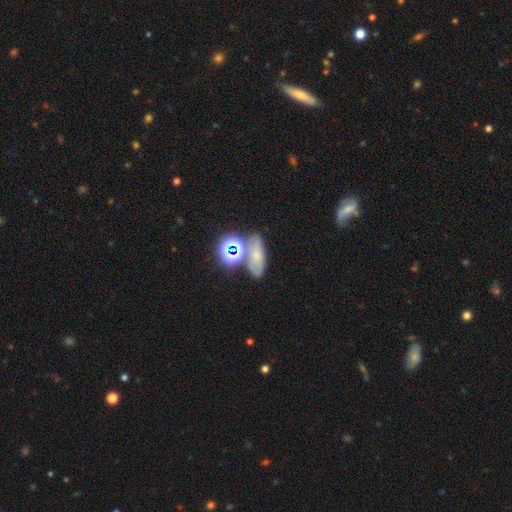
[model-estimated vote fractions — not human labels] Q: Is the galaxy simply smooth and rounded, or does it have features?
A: smooth — 46%.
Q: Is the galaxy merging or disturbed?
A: none — 54%.